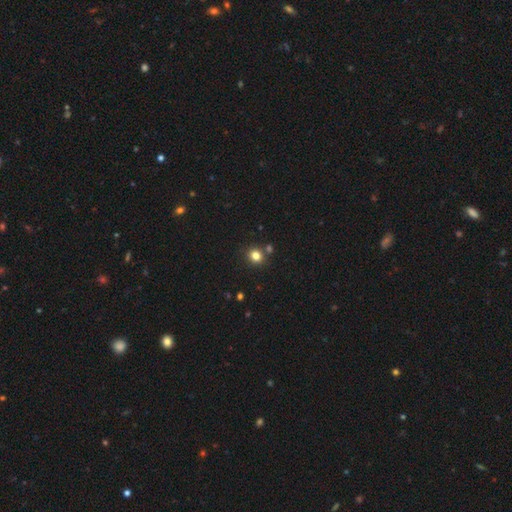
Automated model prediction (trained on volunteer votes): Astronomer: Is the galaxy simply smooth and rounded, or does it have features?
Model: smooth — 80%.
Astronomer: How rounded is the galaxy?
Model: round — 82%.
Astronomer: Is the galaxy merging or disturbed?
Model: none — 80%.